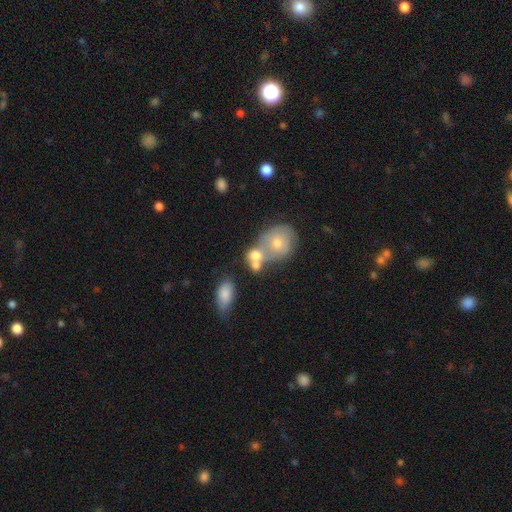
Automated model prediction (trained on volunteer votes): smooth_or_featured: smooth (p=0.64) [alt: featured or disk p=0.25]
how_rounded: round (p=0.51) [alt: in between p=0.47]
merging: merger (p=0.62) [alt: none p=0.22]